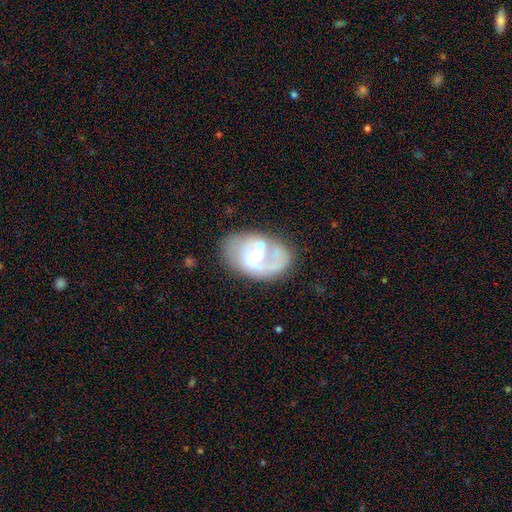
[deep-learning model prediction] Morphology: type=featured or disk (74%); edge-on=no (98%); bar=no (51%); spiral arms=yes (77%); winding=medium (42%); arm count=2 (43%); bulge=small (43%); merging=none (50%).